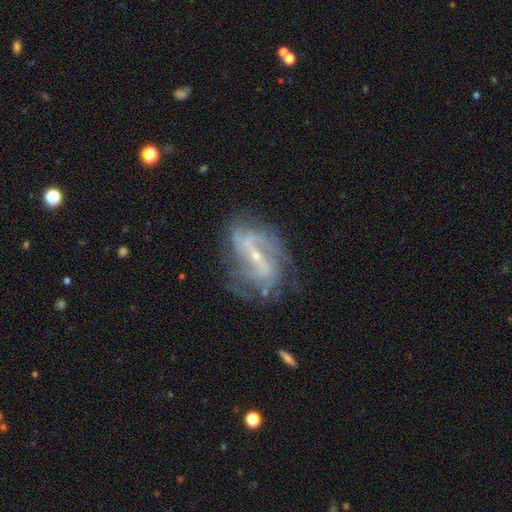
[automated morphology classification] Smooth or featured? Predicted: featured or disk (p=0.86). Edge-on disk? Predicted: no (p=0.95). Bar? Predicted: strong (p=0.47). Spiral arms? Predicted: yes (p=0.92). Spiral winding? Predicted: medium (p=0.42). Spiral arm count? Predicted: 2 (p=0.40). Bulge size? Predicted: small (p=0.76). Merging? Predicted: none (p=0.67).